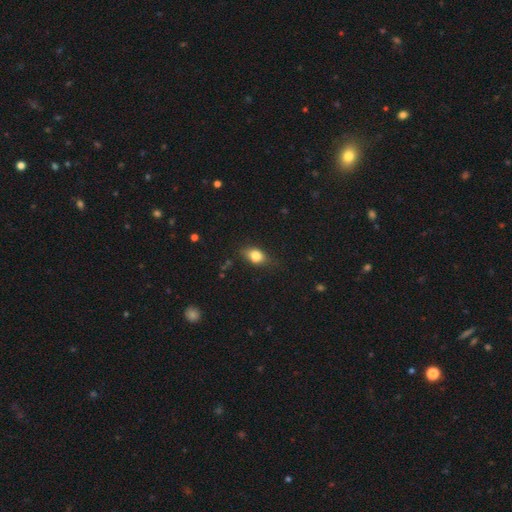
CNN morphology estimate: Smooth or featured?
  - smooth: 80% *
  - featured or disk: 11%
  - star or artifact: 9%
How rounded?
  - in between: 75% *
  - round: 22%
  - cigar-shaped: 4%
Merging?
  - none: 73% *
  - minor disturbance: 21%
  - major disturbance: 5%
  - merger: 1%